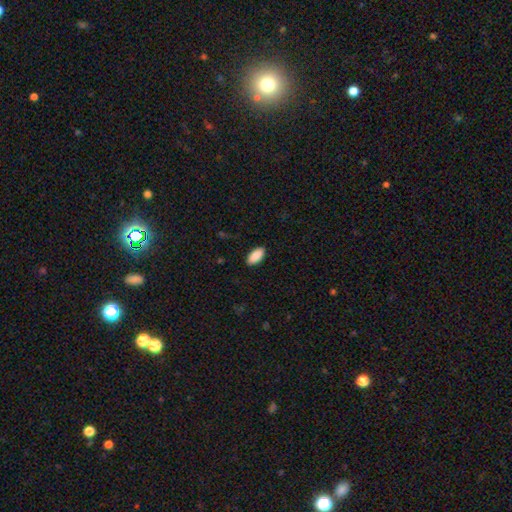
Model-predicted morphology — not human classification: Overall: smooth (90%). How rounded: in between (94%). Merging: none (89%).